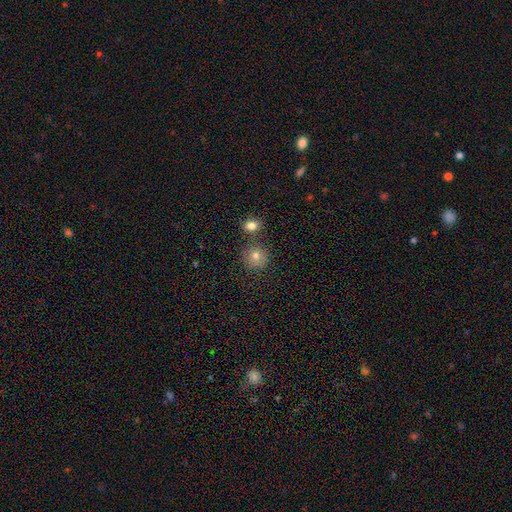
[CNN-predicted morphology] Smooth or featured?
  - smooth: 78% *
  - star or artifact: 12%
  - featured or disk: 10%
How rounded?
  - round: 89% *
  - in between: 10%
  - cigar-shaped: 1%
Merging?
  - none: 73% *
  - merger: 14%
  - minor disturbance: 10%
  - major disturbance: 3%